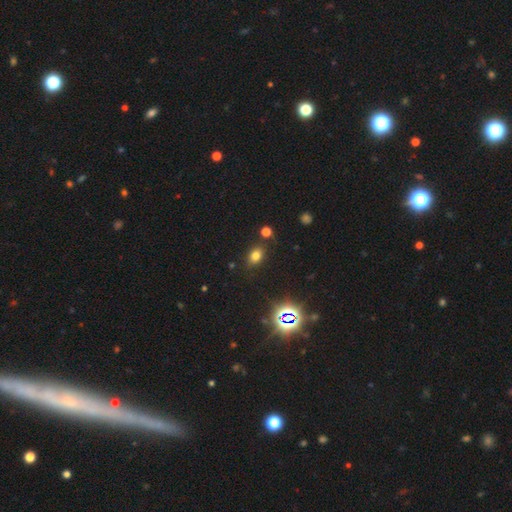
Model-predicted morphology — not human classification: type=smooth (71%); roundness=in between (73%); merging=none (82%).